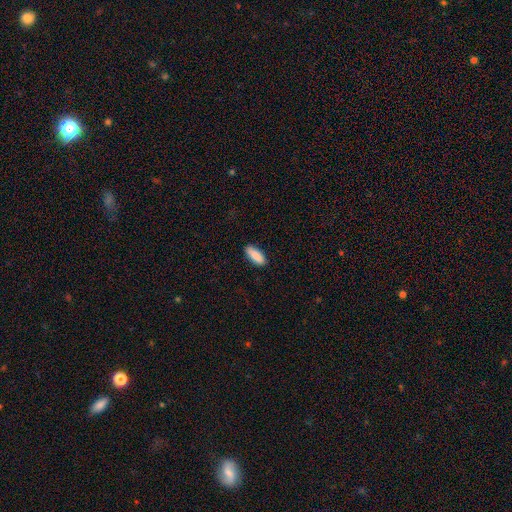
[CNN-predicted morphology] Smooth or featured? smooth (89%)
How rounded? in between (71%)
Merging? none (88%)